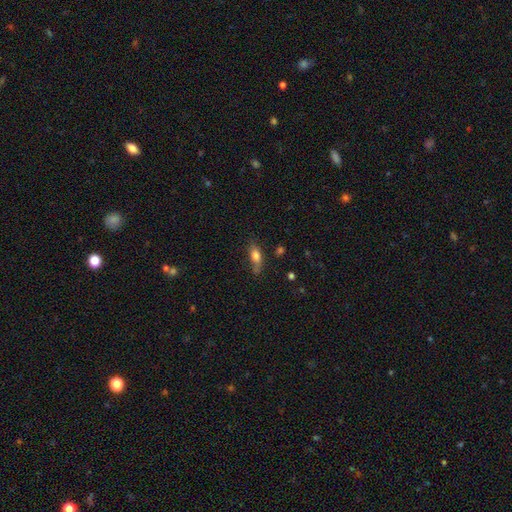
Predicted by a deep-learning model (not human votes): Overall: smooth (75%). How rounded: in between (72%). Merging: none (59%; minor disturbance 27%).